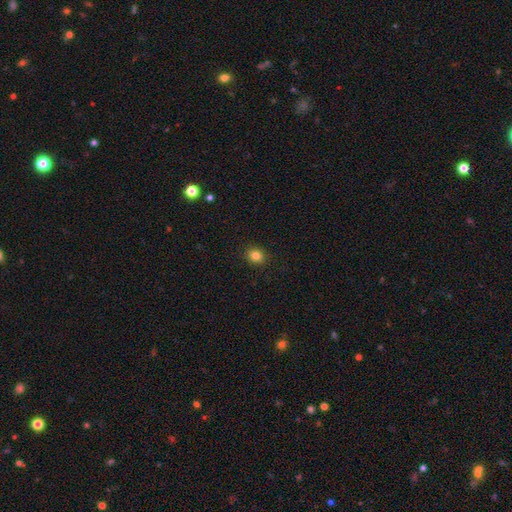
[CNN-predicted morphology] This is clearly a smooth galaxy (83%). How rounded: likely round (76%). Merging: clearly none (91%).